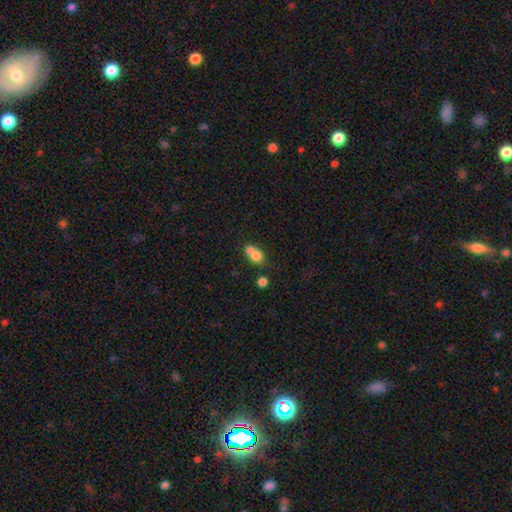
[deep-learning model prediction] Q: Smooth or featured?
A: smooth (74%); runner-up: featured or disk (16%)
Q: How rounded?
A: round (60%); runner-up: in between (38%)
Q: Merging?
A: merger (61%); runner-up: none (26%)